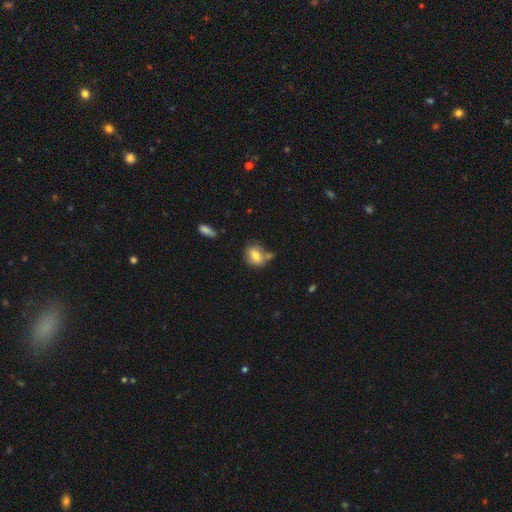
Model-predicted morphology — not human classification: A smooth galaxy with no disk features (76%) that is in between round and cigar-shaped (53%). Merging: none (57%).